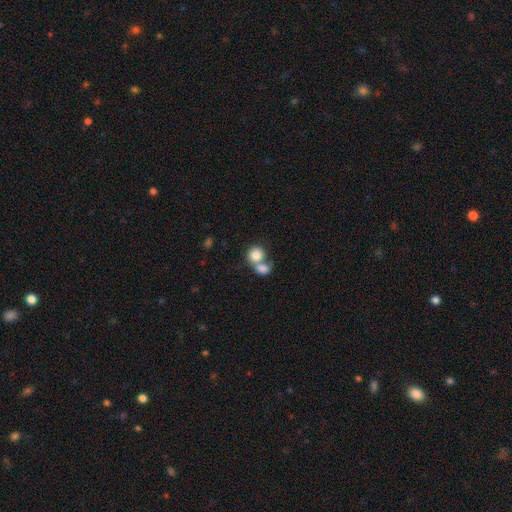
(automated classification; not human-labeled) smooth 81%, featured or disk 11%, star or artifact 8%. Down the decision tree: how rounded — round (76%); merging — merger (61%).